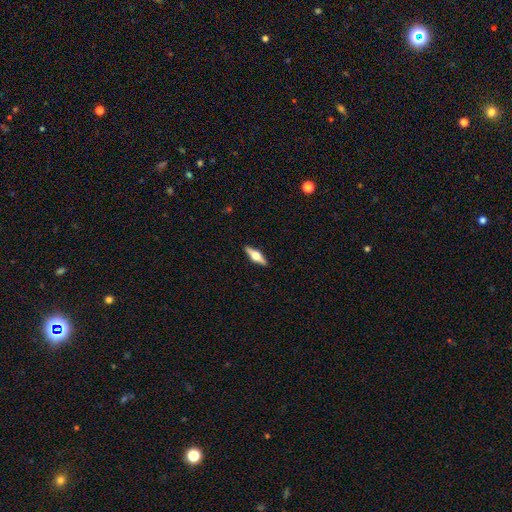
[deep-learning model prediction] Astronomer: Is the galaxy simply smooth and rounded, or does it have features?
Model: featured or disk — 68%.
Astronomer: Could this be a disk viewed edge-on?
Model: yes — 96%.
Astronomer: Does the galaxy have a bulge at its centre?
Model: rounded — 95%.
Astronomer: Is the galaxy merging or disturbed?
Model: none — 91%.